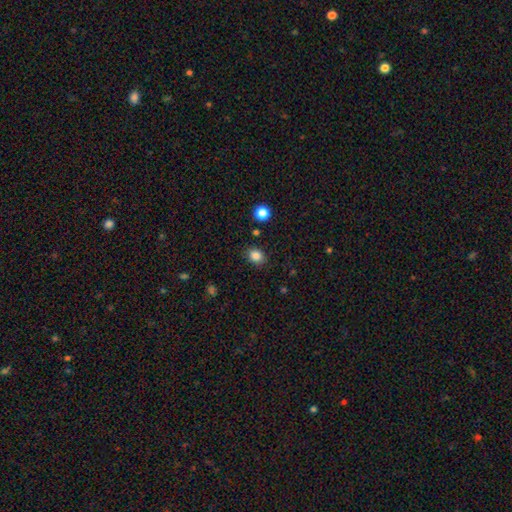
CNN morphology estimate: This appears to be a smooth galaxy with no disk features (84%) that is round (52%). Merging: none (86%).